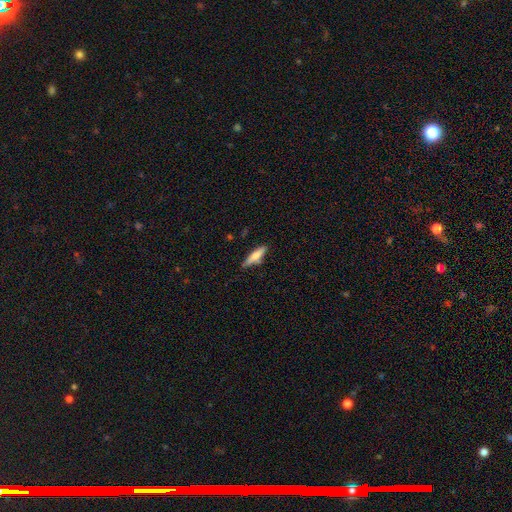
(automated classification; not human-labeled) This appears to be a smooth galaxy with no disk features (65%) that is cigar-shaped (72%). Merging: none (74%).